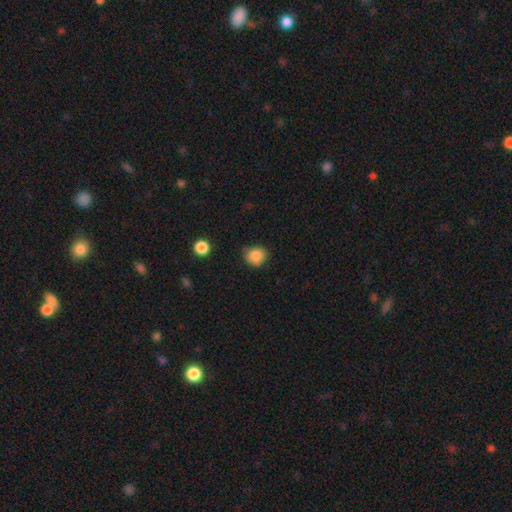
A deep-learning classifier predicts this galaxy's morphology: This appears to be a smooth galaxy with no disk features (86%) that is round (81%). Merging: none (74%).